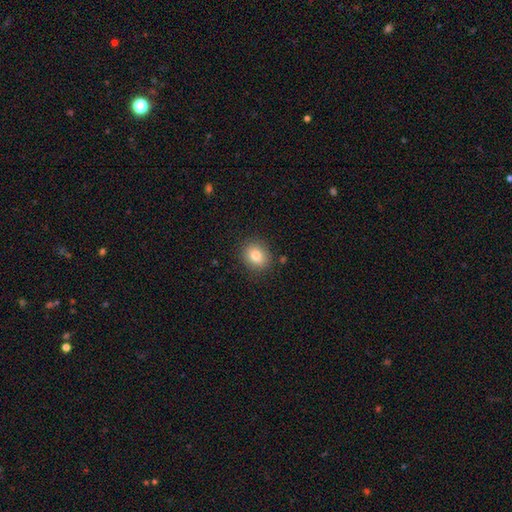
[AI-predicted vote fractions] Smooth or featured? Predicted: smooth (p=0.81). How rounded? Predicted: round (p=0.60). Merging? Predicted: none (p=0.86).